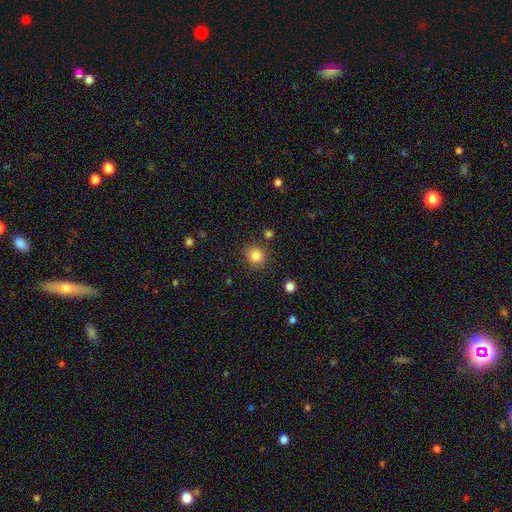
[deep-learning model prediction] smooth 84%, star or artifact 11%, featured or disk 5%. Down the decision tree: how rounded — round (80%); merging — none (84%).